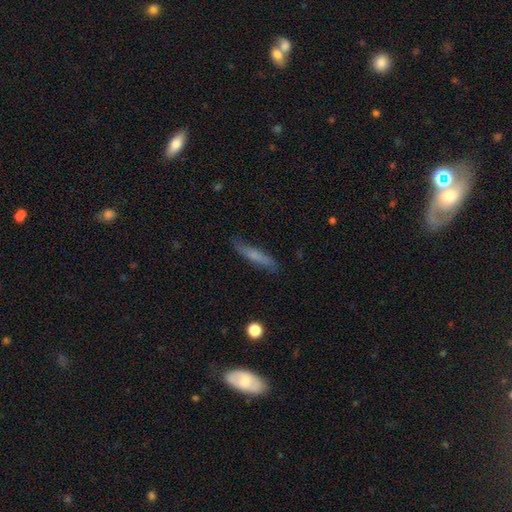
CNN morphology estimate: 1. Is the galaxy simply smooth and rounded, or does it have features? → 62% smooth, 30% featured or disk, 8% star or artifact.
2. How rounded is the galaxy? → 89% cigar-shaped, 9% in between, 2% round.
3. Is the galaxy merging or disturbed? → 79% none, 16% minor disturbance, 4% major disturbance, 2% merger.